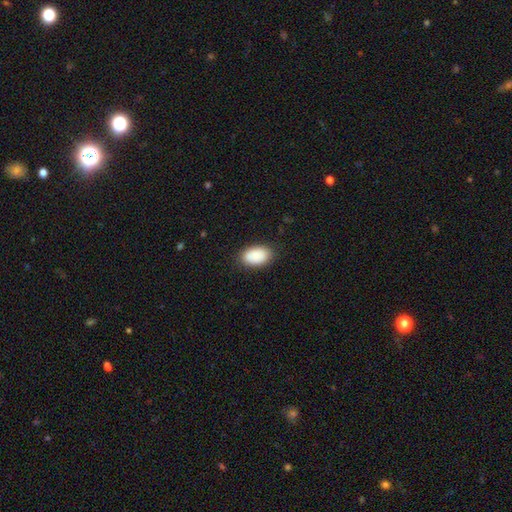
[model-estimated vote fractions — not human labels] This appears to be a smooth galaxy with no disk features (87%) that is in between round and cigar-shaped (92%). Merging: none (85%).